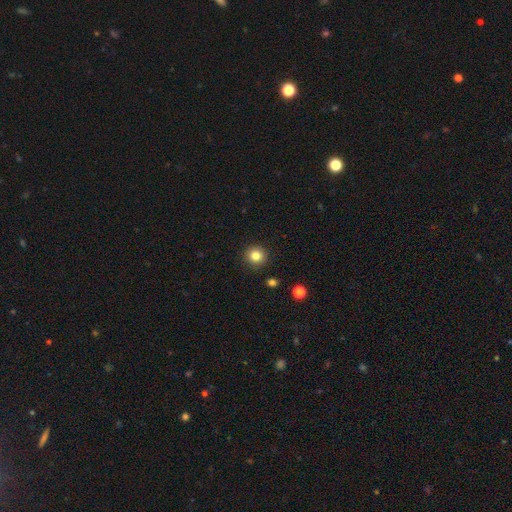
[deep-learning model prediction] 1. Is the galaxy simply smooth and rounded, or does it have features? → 83% smooth, 11% star or artifact, 6% featured or disk.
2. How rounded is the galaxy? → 93% round, 6% in between, 1% cigar-shaped.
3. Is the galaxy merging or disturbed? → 91% none, 6% minor disturbance, 2% major disturbance, 1% merger.